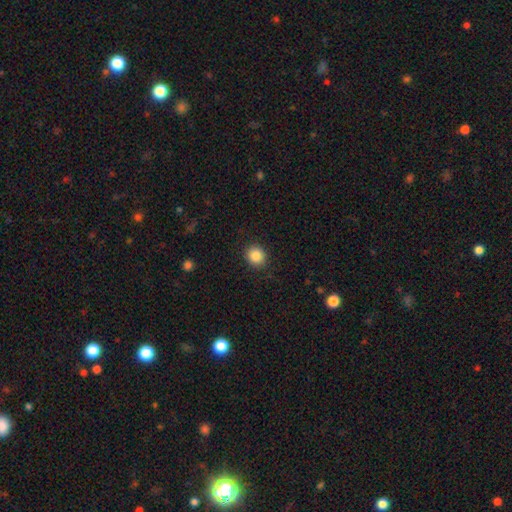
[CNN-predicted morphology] Smooth or featured: smooth — 87% (star or artifact — 9%)
How rounded: round — 84% (in between — 15%)
Merging: none — 90% (minor disturbance — 7%)